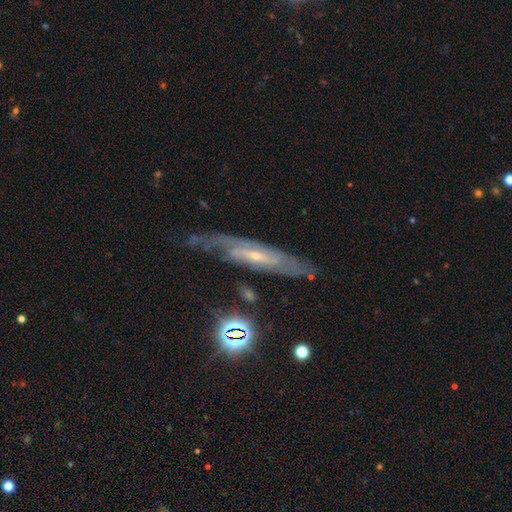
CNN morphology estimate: Smooth or featured? featured or disk (80%)
Edge-on disk? no (70%)
Bar? weak (44%)
Spiral arms? yes (91%)
Spiral winding? tight (48%)
Spiral arm count? 2 (48%)
Bulge size? small (68%)
Merging? none (66%)